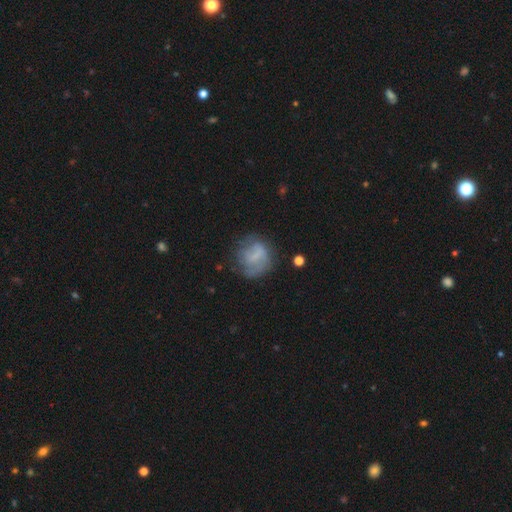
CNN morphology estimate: Smooth or featured?
  - featured or disk: 46% *
  - smooth: 45%
  - star or artifact: 9%
Merging?
  - none: 56% *
  - minor disturbance: 24%
  - major disturbance: 17%
  - merger: 3%